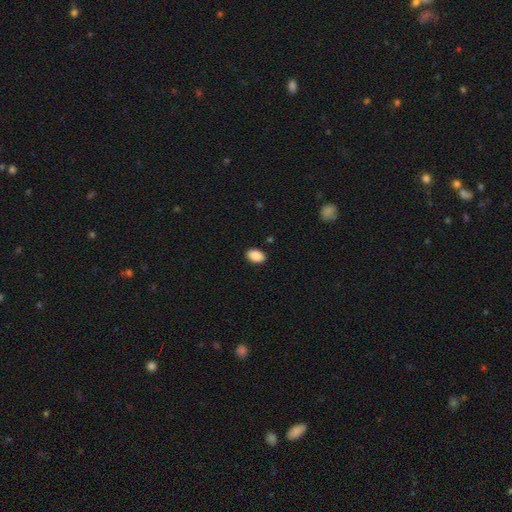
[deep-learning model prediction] Overall: smooth (89%). How rounded: in between (89%). Merging: none (89%).